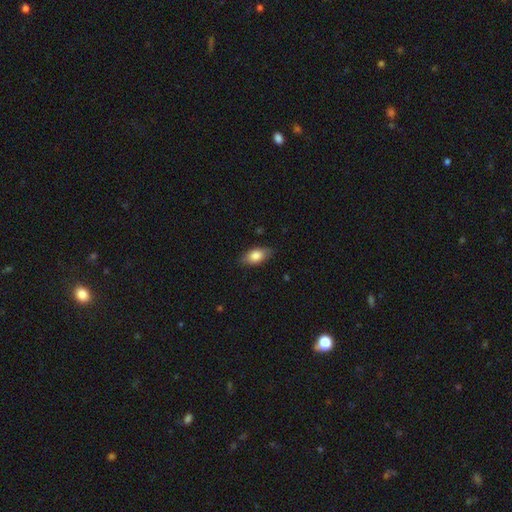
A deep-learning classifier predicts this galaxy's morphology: smooth_or_featured: smooth (p=0.81) [alt: featured or disk p=0.12]
how_rounded: in between (p=0.89) [alt: cigar-shaped p=0.06]
merging: none (p=0.84) [alt: minor disturbance p=0.13]